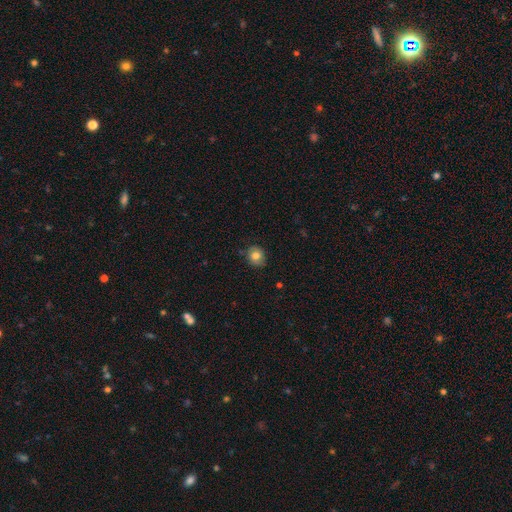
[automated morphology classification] Smooth or featured?
  - smooth: 78% *
  - featured or disk: 13%
  - star or artifact: 10%
How rounded?
  - round: 68% *
  - in between: 31%
  - cigar-shaped: 1%
Merging?
  - none: 81% *
  - minor disturbance: 15%
  - major disturbance: 3%
  - merger: 1%